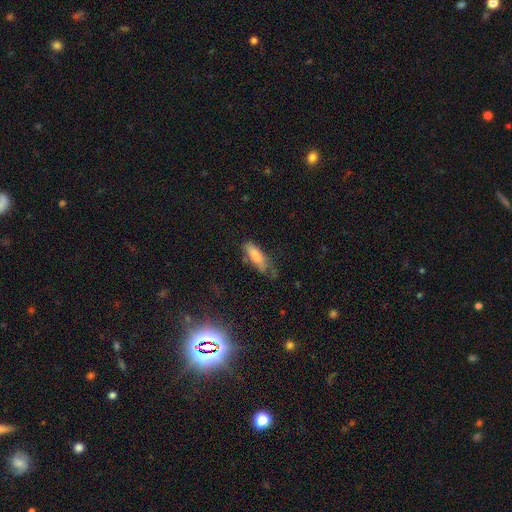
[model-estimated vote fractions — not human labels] Smooth or featured? smooth (80%)
How rounded? in between (57%)
Merging? none (45%)